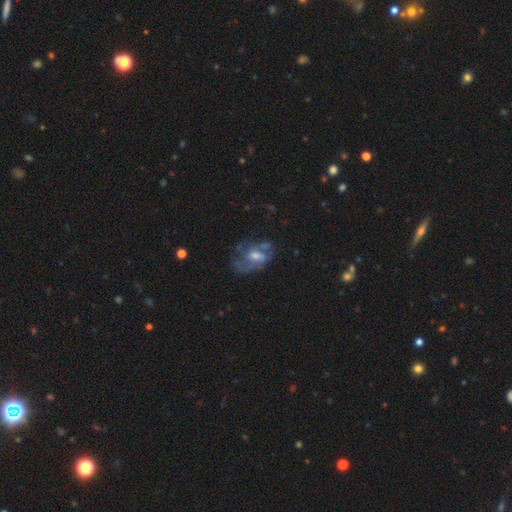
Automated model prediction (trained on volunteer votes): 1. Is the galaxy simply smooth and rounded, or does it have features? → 66% featured or disk, 24% smooth, 10% star or artifact.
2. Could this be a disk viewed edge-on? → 95% no, 5% yes.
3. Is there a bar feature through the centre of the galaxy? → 47% no, 42% weak, 11% strong.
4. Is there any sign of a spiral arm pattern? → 62% yes, 38% no.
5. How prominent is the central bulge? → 51% moderate, 30% small, 9% none, 9% large, 1% dominant.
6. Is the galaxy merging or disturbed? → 46% none, 26% major disturbance, 23% minor disturbance, 4% merger.